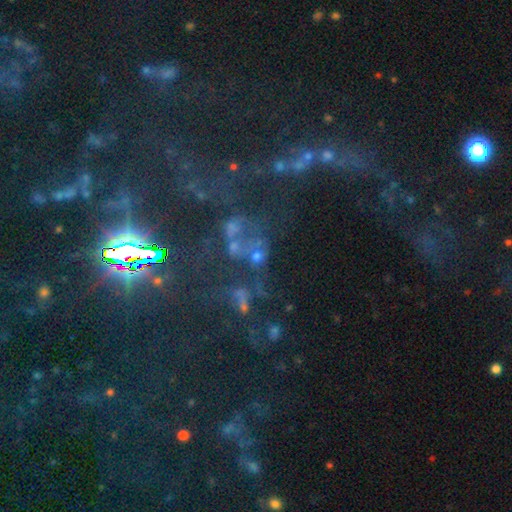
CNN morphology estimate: Smooth or featured: star or artifact — 44% (featured or disk — 30%)